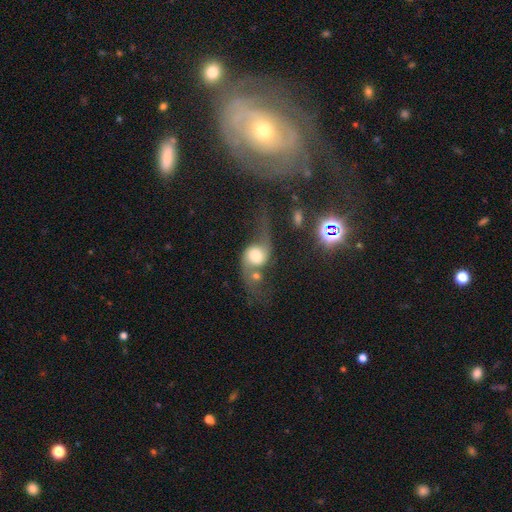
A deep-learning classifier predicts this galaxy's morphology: This appears to be a featured or disk galaxy (67%) with no bar (65%), 2 (91%) loose (90%) spiral arms (88%) and a moderate central bulge (39%). Merging: none (34%).